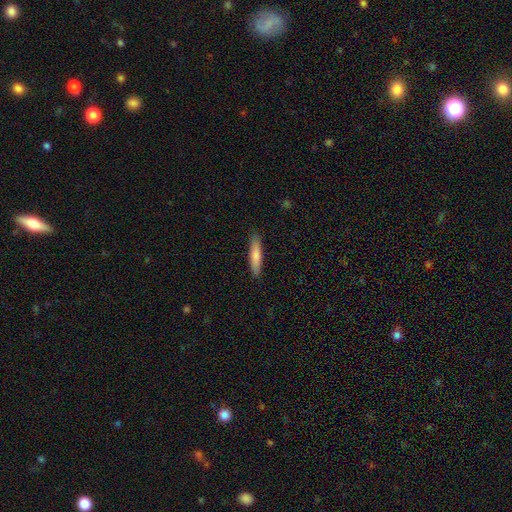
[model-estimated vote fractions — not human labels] Q: Smooth or featured?
A: smooth (76%); runner-up: featured or disk (19%)
Q: How rounded?
A: cigar-shaped (84%); runner-up: in between (14%)
Q: Merging?
A: none (90%); runner-up: minor disturbance (8%)